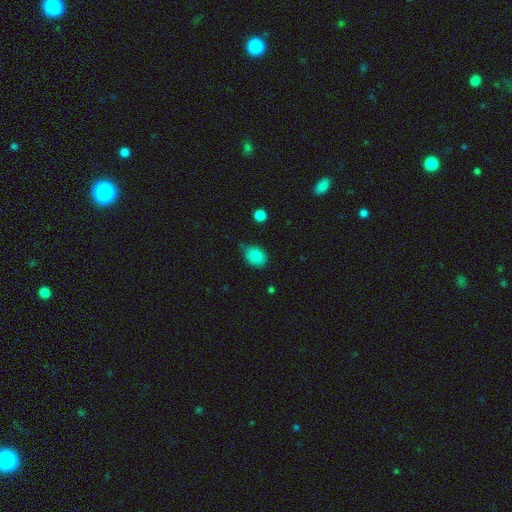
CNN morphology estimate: Smooth or featured?
  - smooth: 81% *
  - featured or disk: 10%
  - star or artifact: 9%
How rounded?
  - in between: 55% *
  - round: 44%
  - cigar-shaped: 1%
Merging?
  - none: 62% *
  - minor disturbance: 29%
  - major disturbance: 5%
  - merger: 4%